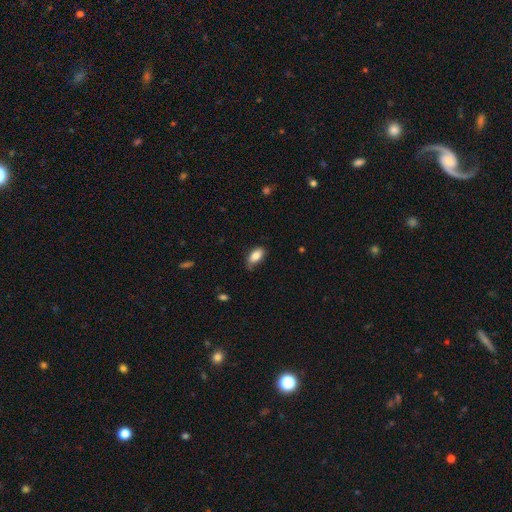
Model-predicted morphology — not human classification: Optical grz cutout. It shows a smooth galaxy with no disk features (83%) that is in between round and cigar-shaped (91%). Merging: none (67%).